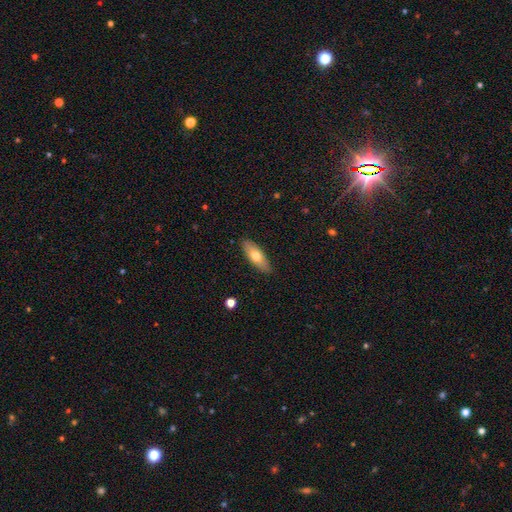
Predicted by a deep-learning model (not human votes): Smooth or featured: smooth — 67% (featured or disk — 27%)
How rounded: in between — 66% (cigar-shaped — 32%)
Merging: none — 87% (minor disturbance — 10%)